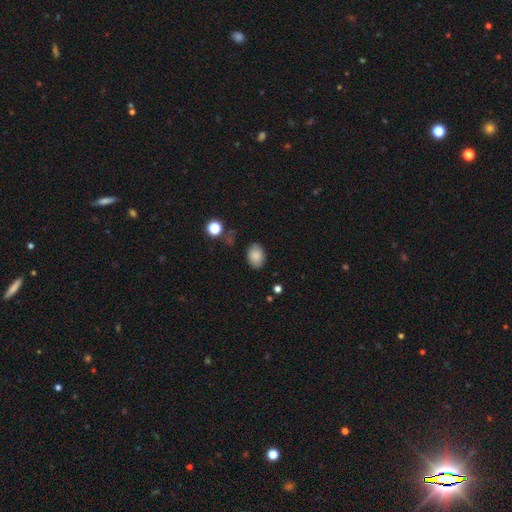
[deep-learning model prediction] A smooth galaxy with no disk features (86%) that is in between round and cigar-shaped (81%). Merging: none (81%).